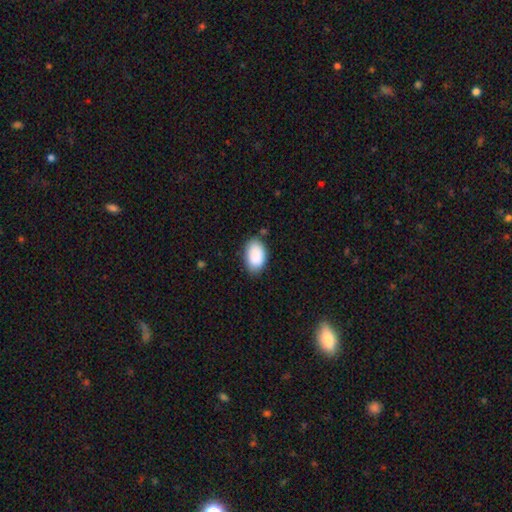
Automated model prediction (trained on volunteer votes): Overall: smooth (90%). How rounded: in between (92%). Merging: none (80%).